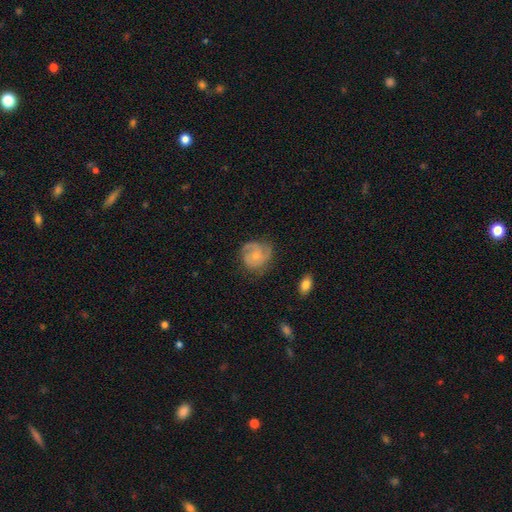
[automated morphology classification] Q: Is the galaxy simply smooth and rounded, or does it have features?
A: featured or disk — 59%.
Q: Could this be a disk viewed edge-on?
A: no — 98%.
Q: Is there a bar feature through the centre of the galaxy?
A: no — 75%.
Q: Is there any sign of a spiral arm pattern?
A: yes — 88%.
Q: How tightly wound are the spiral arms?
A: tight — 45%.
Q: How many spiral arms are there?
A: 2 — 35%.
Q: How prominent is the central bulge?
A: small — 62%.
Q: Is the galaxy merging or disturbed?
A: none — 64%.